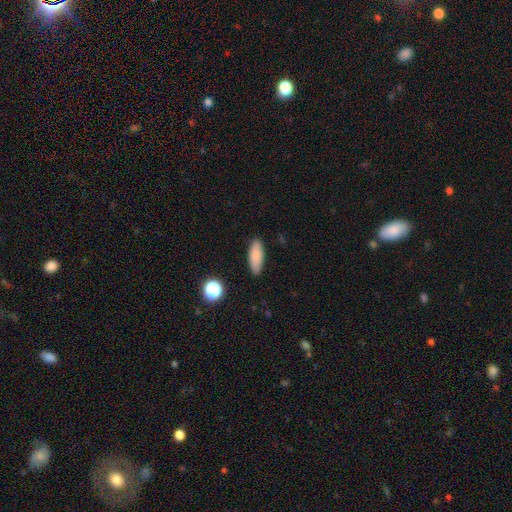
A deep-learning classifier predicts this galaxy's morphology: Overall: smooth (85%). How rounded: in between (68%; cigar-shaped 30%). Merging: none (88%).